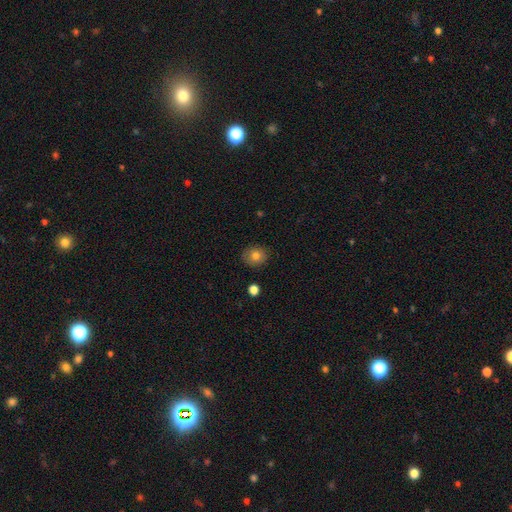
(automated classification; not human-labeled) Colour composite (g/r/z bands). It shows a smooth galaxy with no disk features (78%) that is round (69%). Merging: none (86%).